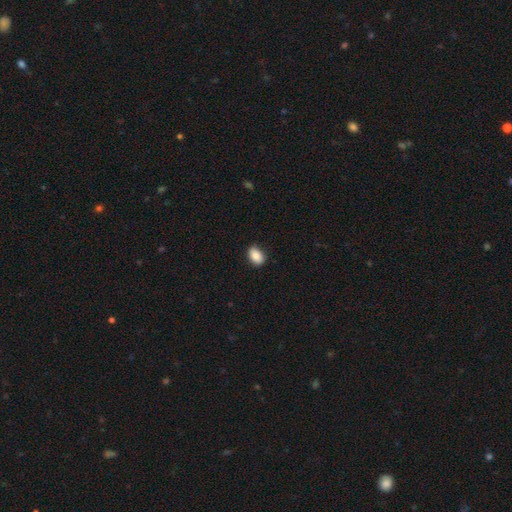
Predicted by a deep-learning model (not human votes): A smooth galaxy with no disk features (85%) that is in between round and cigar-shaped (84%).

Vote fractions:
- Smooth or featured? smooth: 85% / star or artifact: 8% / featured or disk: 7%
- How rounded? in between: 84% / round: 14% / cigar-shaped: 2%
- Merging? none: 84% / minor disturbance: 13% / major disturbance: 2% / merger: 1%